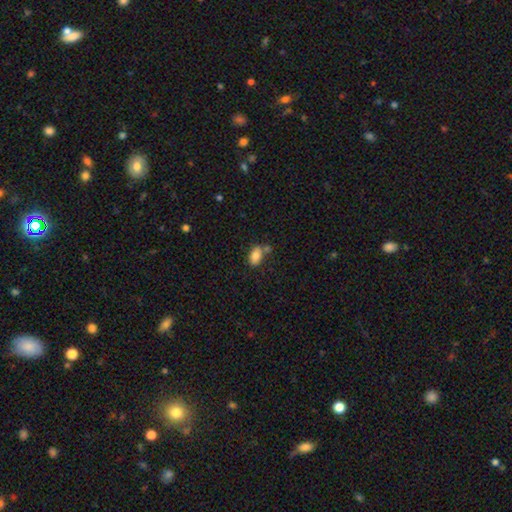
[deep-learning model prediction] Morphology: type=smooth (81%); roundness=in between (89%); merging=none (53%).